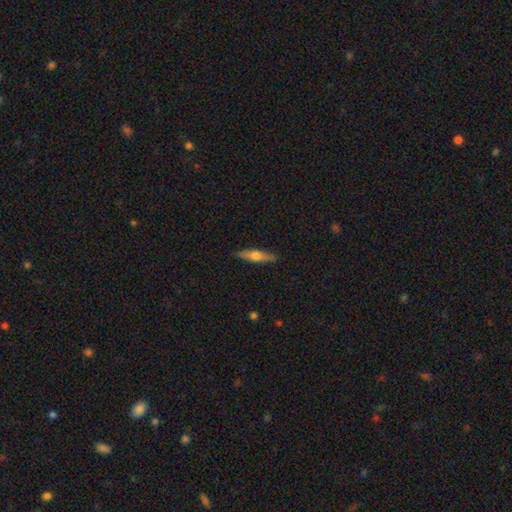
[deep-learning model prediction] smooth_or_featured: featured or disk (p=0.51) [alt: smooth p=0.43]
disk_edge_on: yes (p=0.92) [alt: no p=0.08]
merging: none (p=0.88) [alt: minor disturbance p=0.09]